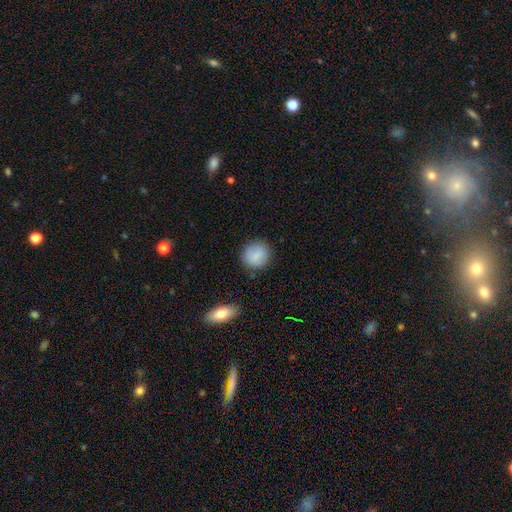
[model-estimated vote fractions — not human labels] Smooth or featured?
  - smooth: 87% *
  - star or artifact: 7%
  - featured or disk: 6%
How rounded?
  - round: 86% *
  - in between: 12%
  - cigar-shaped: 1%
Merging?
  - none: 85% *
  - minor disturbance: 10%
  - major disturbance: 3%
  - merger: 2%